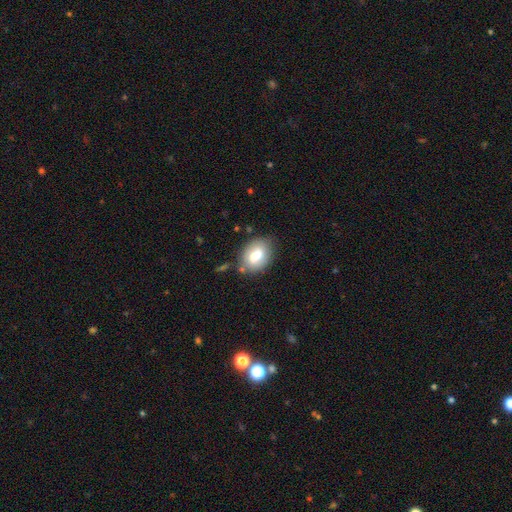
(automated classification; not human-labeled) Smooth or featured: smooth — 70% (featured or disk — 22%)
How rounded: in between — 81% (round — 18%)
Merging: none — 68% (minor disturbance — 19%)